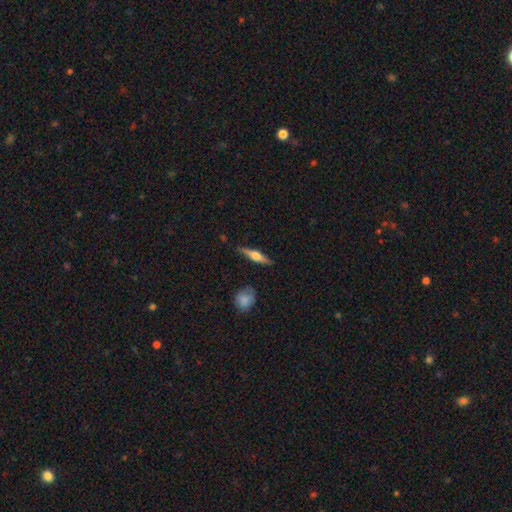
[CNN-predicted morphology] Smooth or featured? featured or disk (64%)
Edge-on disk? yes (97%)
Edge-on bulge? rounded (90%)
Merging? none (86%)